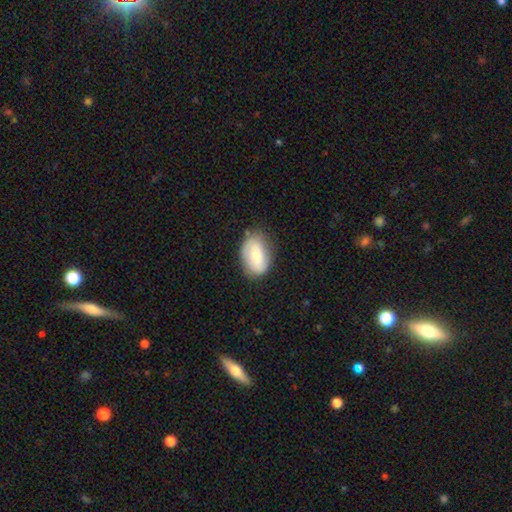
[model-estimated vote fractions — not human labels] This appears to be a smooth galaxy with no disk features (63%) that is in between round and cigar-shaped (87%). Merging: none (72%).